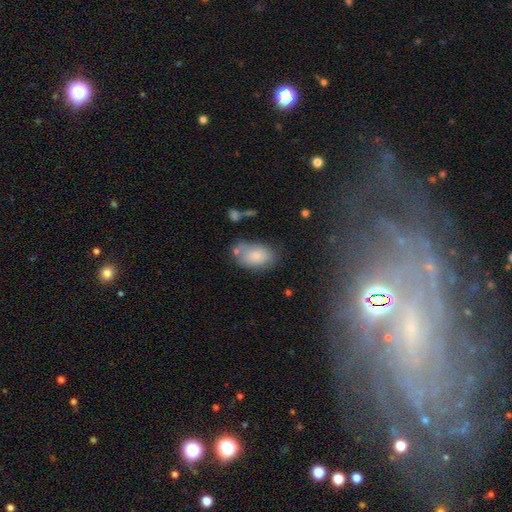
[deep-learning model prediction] A smooth galaxy with no disk features (79%) that is in between round and cigar-shaped (92%). Merging: none (57%).